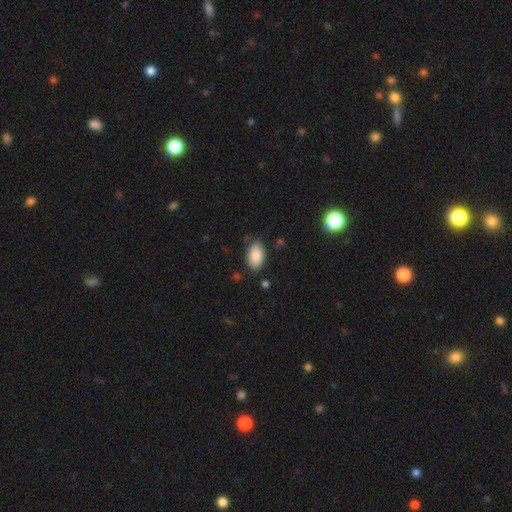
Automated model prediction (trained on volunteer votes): smooth 88%, star or artifact 7%, featured or disk 6%. Down the decision tree: how rounded — in between (94%); merging — none (82%).